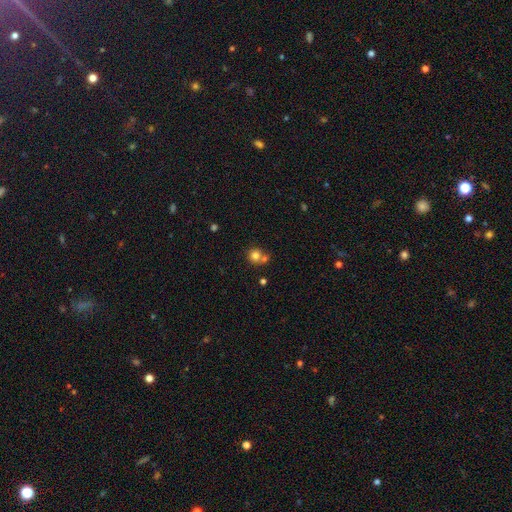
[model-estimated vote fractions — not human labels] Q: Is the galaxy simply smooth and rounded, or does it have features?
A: smooth — 77%.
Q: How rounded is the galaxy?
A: round — 88%.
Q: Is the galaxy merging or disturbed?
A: none — 51%.